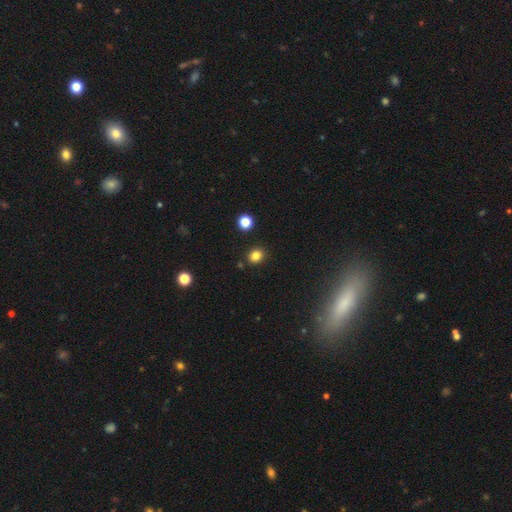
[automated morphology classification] smooth-or-featured: smooth: 82% | star or artifact: 13% | featured or disk: 5%
  how-rounded: round: 67% | in between: 32% | cigar-shaped: 1%
  merging: none: 87% | minor disturbance: 8% | merger: 3% | major disturbance: 2%